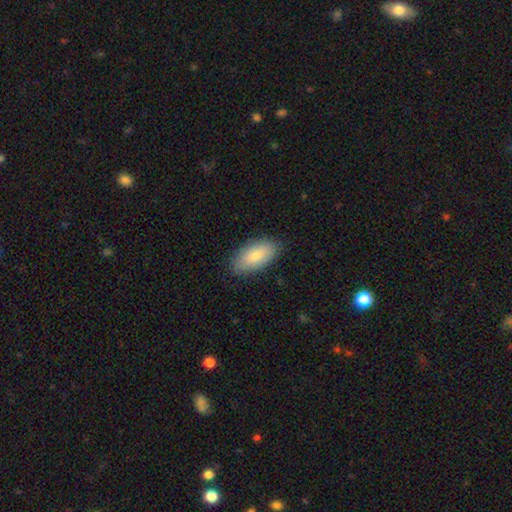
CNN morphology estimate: This is clearly a smooth galaxy (80%). How rounded: clearly in between (92%). Merging: clearly none (85%).